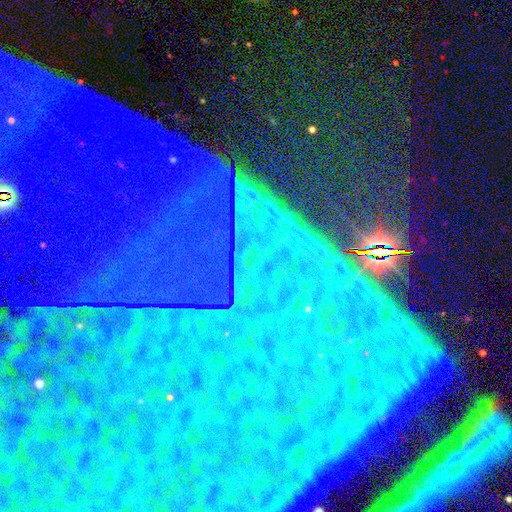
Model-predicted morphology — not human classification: smooth_or_featured: star or artifact (p=0.88) [alt: featured or disk p=0.06]